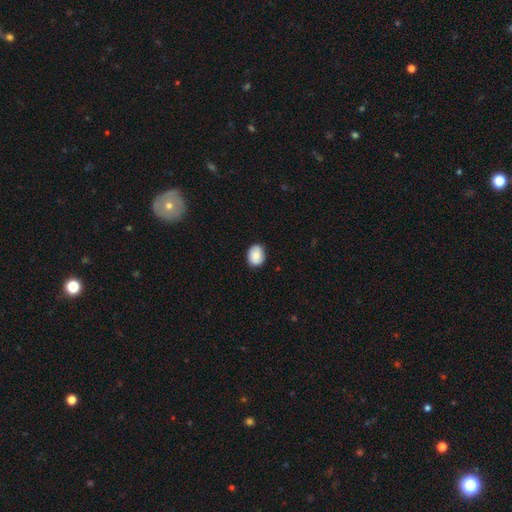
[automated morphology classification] Smooth or featured? smooth (82%)
How rounded? in between (59%)
Merging? none (83%)